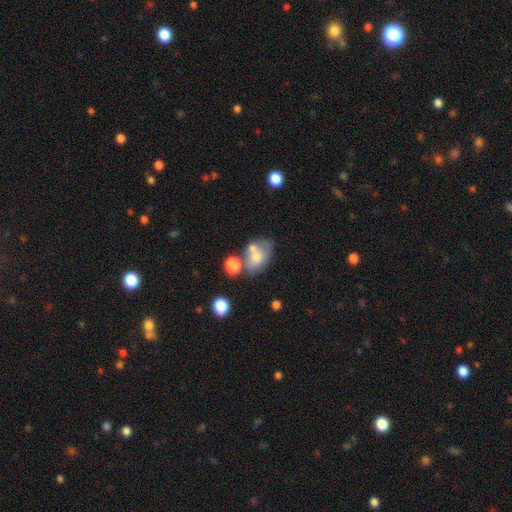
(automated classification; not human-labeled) The model was most divided on "merging": none: 40%, merger: 32%, minor disturbance: 18%, major disturbance: 10%. More confident: how rounded — in between (78%); smooth or featured — smooth (63%).